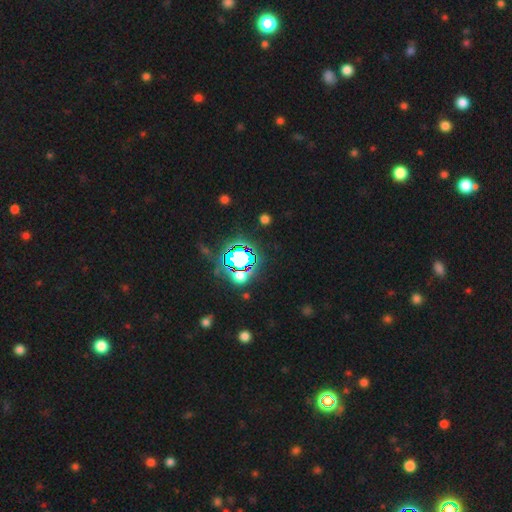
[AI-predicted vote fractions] A star or artifact, not a galaxy (81%).